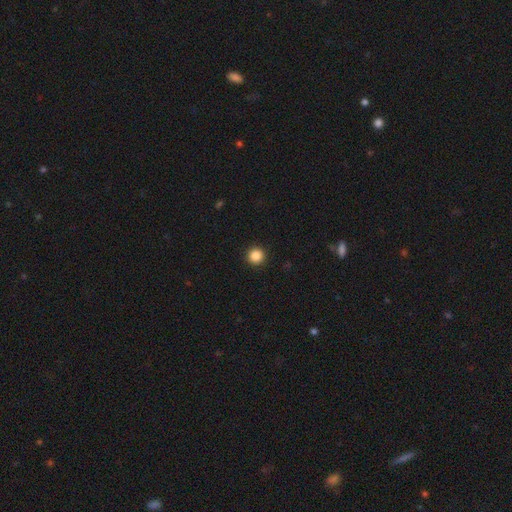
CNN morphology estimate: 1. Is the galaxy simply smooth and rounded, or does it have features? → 87% smooth, 10% star or artifact, 3% featured or disk.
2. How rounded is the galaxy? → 96% round, 3% in between, 1% cigar-shaped.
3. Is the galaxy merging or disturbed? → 94% none, 4% minor disturbance, 2% major disturbance, 1% merger.